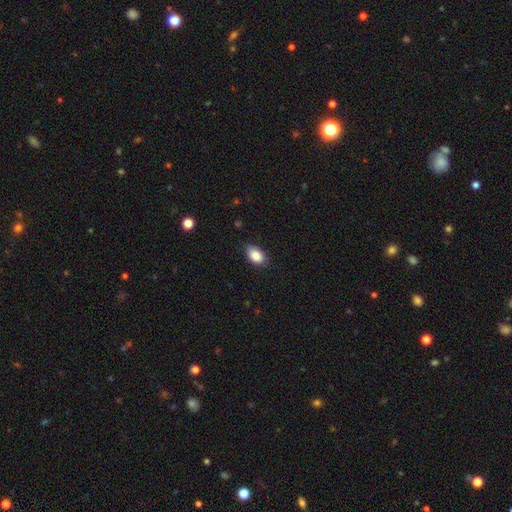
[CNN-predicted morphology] Smooth or featured: smooth — 86% (star or artifact — 7%)
How rounded: in between — 90% (round — 8%)
Merging: none — 82% (minor disturbance — 15%)